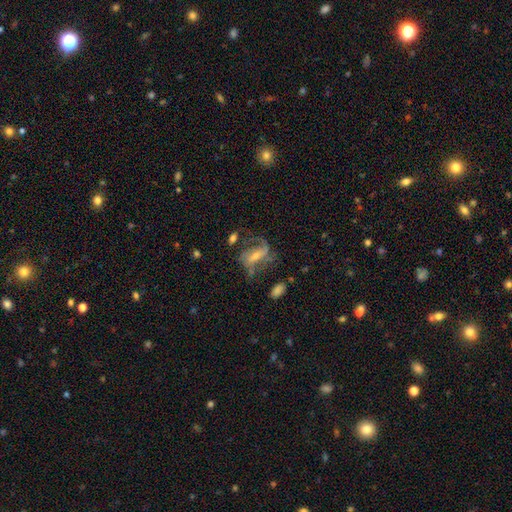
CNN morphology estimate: A featured or disk galaxy (77%) with a strong bar (37%), 2 (55%) loose (48%) spiral arms (85%) and a small central bulge (54%). Merging: none (41%).